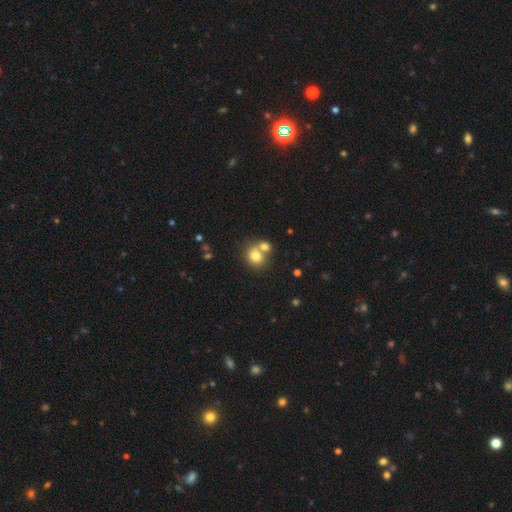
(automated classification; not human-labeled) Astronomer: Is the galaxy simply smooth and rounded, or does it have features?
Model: smooth — 77%.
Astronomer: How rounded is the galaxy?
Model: round — 70%.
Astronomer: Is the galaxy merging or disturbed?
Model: merger — 46% (runner-up: none, 43%).